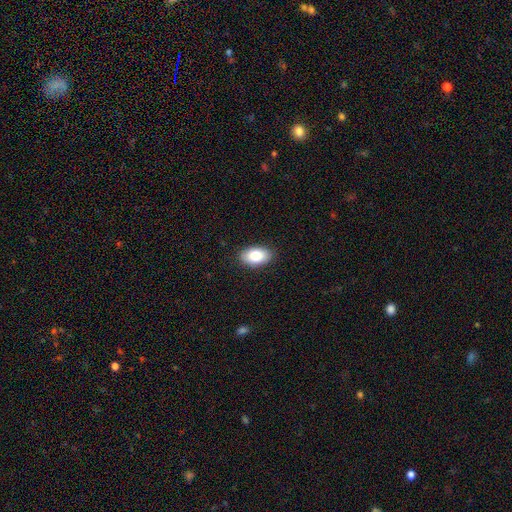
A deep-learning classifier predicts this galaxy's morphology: Overall: smooth (83%). How rounded: in between (92%). Merging: none (88%).